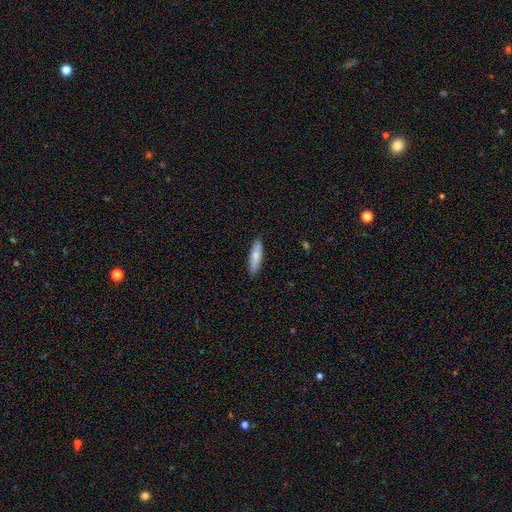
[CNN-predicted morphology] Smooth or featured?
  - smooth: 74% *
  - featured or disk: 21%
  - star or artifact: 6%
How rounded?
  - cigar-shaped: 67% *
  - in between: 31%
  - round: 2%
Merging?
  - none: 88% *
  - minor disturbance: 9%
  - major disturbance: 2%
  - merger: 1%